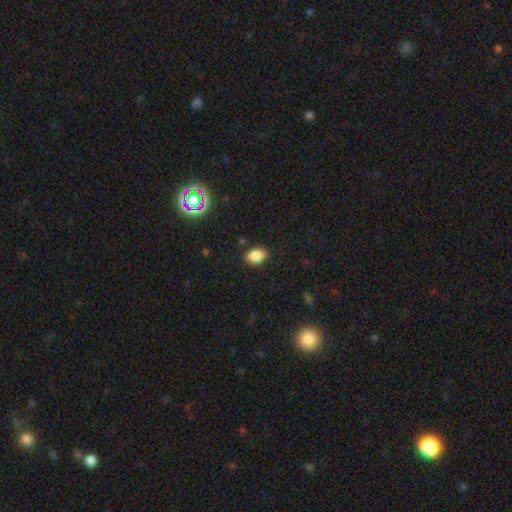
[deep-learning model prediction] A smooth galaxy with no disk features (85%) that is in between round and cigar-shaped (76%).

Vote fractions:
- Smooth or featured? smooth: 85% / star or artifact: 11% / featured or disk: 5%
- How rounded? in between: 76% / round: 23% / cigar-shaped: 1%
- Merging? none: 86% / minor disturbance: 10% / major disturbance: 2% / merger: 1%